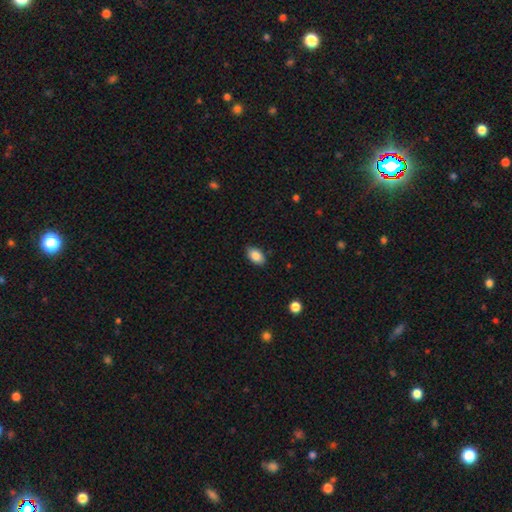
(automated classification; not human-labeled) The model was most divided on "merging": none: 85%, minor disturbance: 11%, major disturbance: 2%, merger: 1%. More confident: how rounded — in between (92%); smooth or featured — smooth (86%).